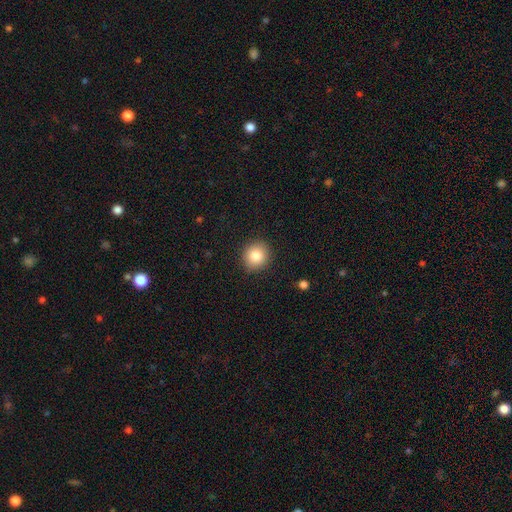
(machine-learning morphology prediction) smooth 84%, star or artifact 9%, featured or disk 6%. Down the decision tree: how rounded — round (88%); merging — none (90%).